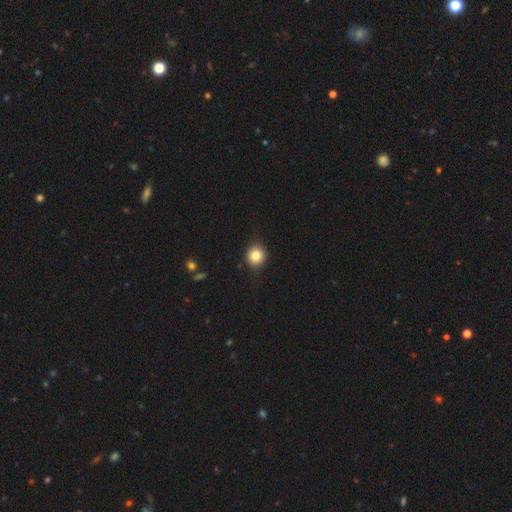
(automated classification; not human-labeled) Smooth or featured? Predicted: smooth (p=0.81). How rounded? Predicted: round (p=0.89). Merging? Predicted: none (p=0.87).